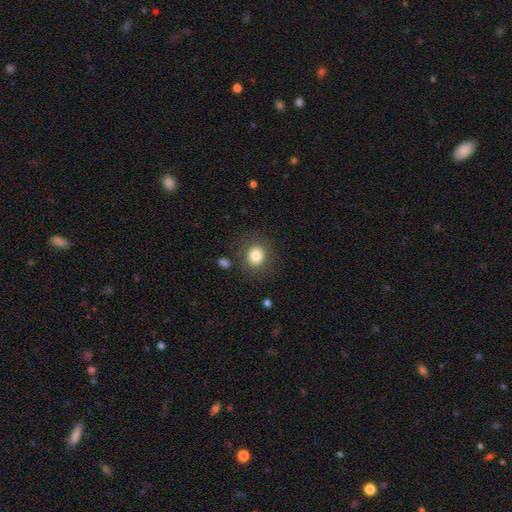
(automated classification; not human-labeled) smooth_or_featured: smooth (p=0.81) [alt: star or artifact p=0.10]
how_rounded: round (p=0.76) [alt: in between p=0.23]
merging: none (p=0.84) [alt: minor disturbance p=0.10]